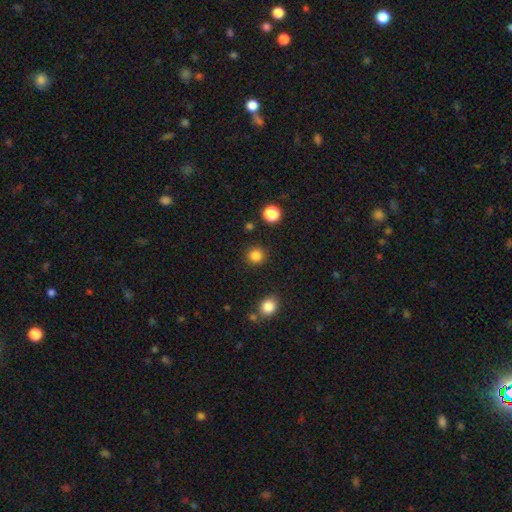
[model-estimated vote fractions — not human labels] smooth_or_featured: smooth (p=0.85) [alt: star or artifact p=0.12]
how_rounded: round (p=0.92) [alt: in between p=0.07]
merging: none (p=0.90) [alt: minor disturbance p=0.06]